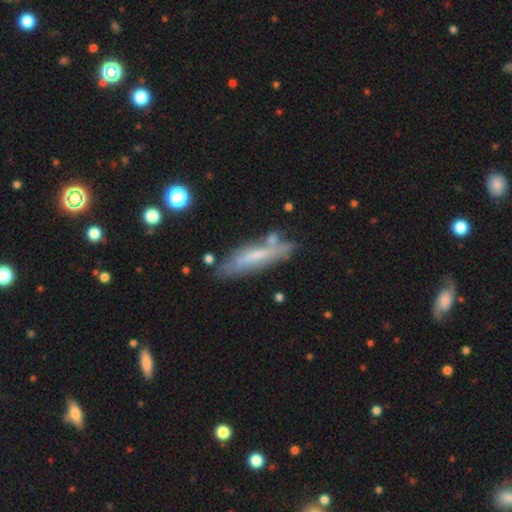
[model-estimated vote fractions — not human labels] featured or disk 49%, smooth 44%, star or artifact 8%. Down the decision tree: merging — none (63%).